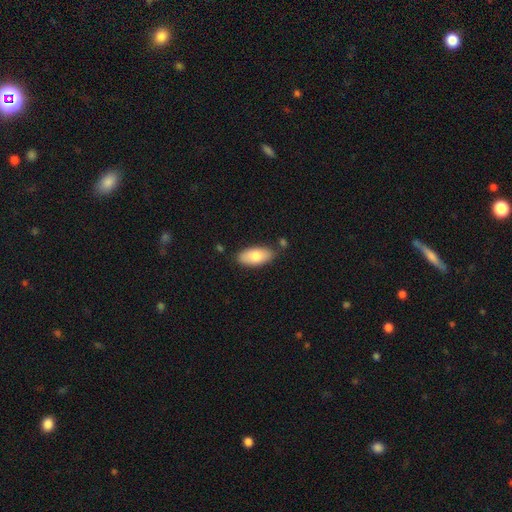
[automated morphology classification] Smooth or featured? smooth (77%)
How rounded? in between (91%)
Merging? none (79%)